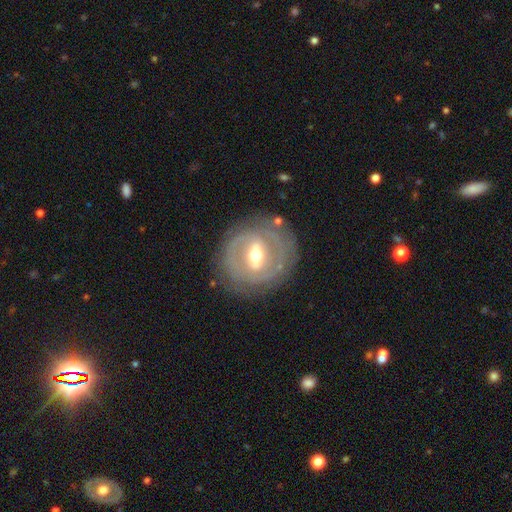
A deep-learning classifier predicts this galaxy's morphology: featured or disk 76%, smooth 18%, star or artifact 6%. Down the decision tree: edge-on disk — no (93%); bar — strong (46%); spiral arms — yes (58%); bulge size — moderate (68%); merging — none (77%).